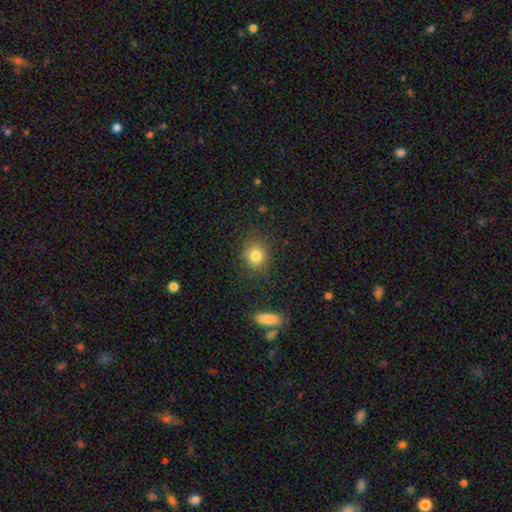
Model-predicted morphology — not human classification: smooth 83%, star or artifact 10%, featured or disk 7%. Down the decision tree: how rounded — round (71%); merging — none (84%).